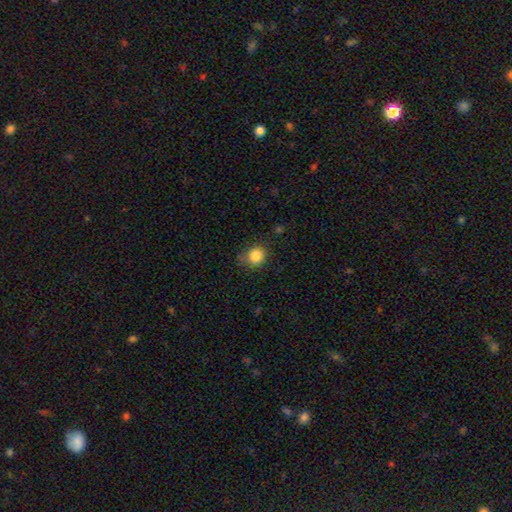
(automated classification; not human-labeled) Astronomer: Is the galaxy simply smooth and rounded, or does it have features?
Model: smooth — 85%.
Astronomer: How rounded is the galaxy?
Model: round — 84%.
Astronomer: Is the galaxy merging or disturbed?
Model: none — 77%.